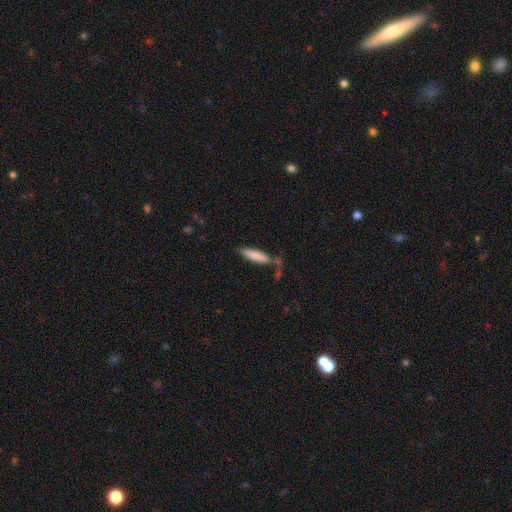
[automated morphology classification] Smooth or featured? Predicted: smooth (p=0.81). How rounded? Predicted: cigar-shaped (p=0.76). Merging? Predicted: none (p=0.62).